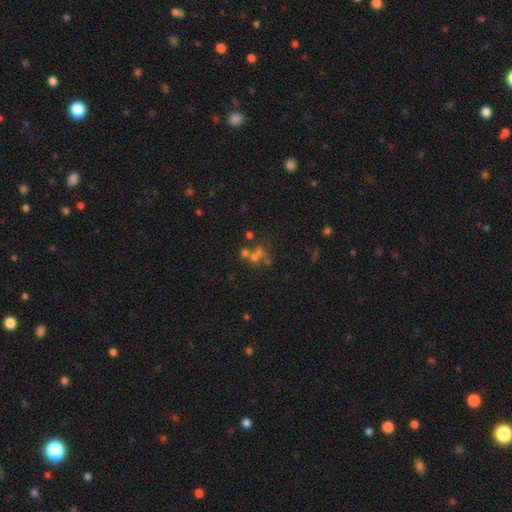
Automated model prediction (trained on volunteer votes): Smooth or featured?
  - star or artifact: 39% *
  - smooth: 35%
  - featured or disk: 26%